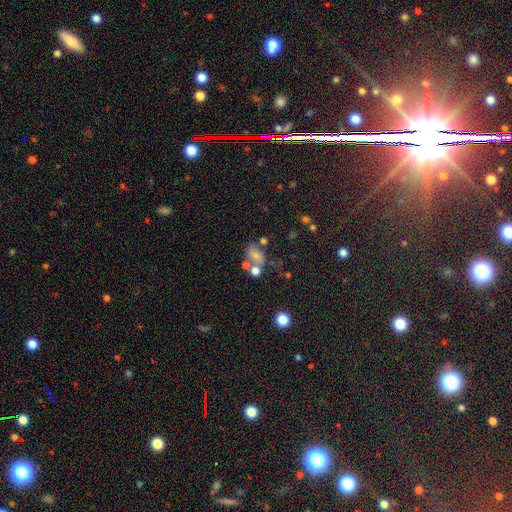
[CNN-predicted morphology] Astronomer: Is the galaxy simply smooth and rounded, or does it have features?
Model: smooth — 62%.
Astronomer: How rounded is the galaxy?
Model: in between — 76%.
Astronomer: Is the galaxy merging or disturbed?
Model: none — 40% (runner-up: merger, 34%).